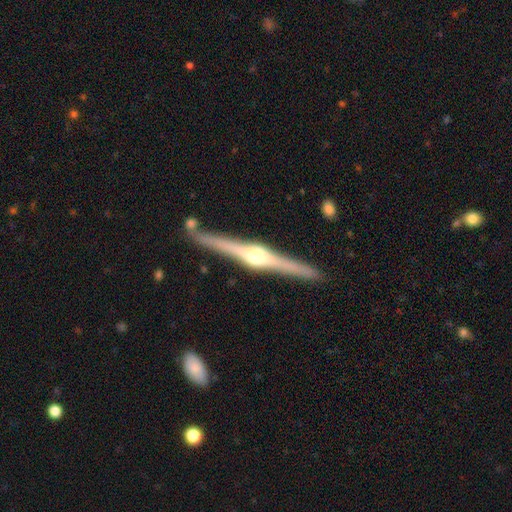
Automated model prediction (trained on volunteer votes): Smooth or featured: featured or disk — 86% (smooth — 9%)
Edge-on disk: yes — 99% (no — 1%)
Edge-on bulge: rounded — 90% (boxy — 7%)
Merging: none — 89% (minor disturbance — 7%)